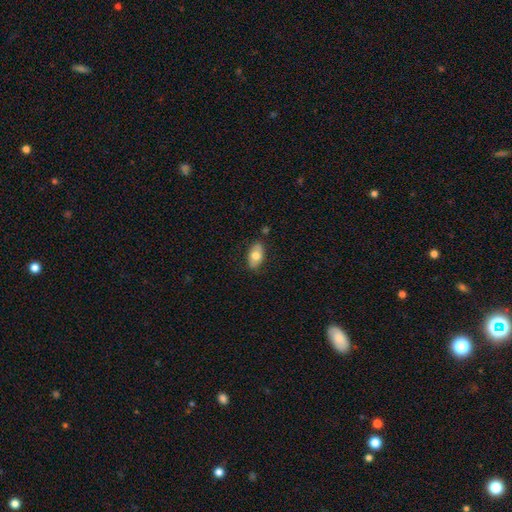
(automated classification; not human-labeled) Smooth or featured? smooth (71%)
How rounded? in between (91%)
Merging? none (80%)